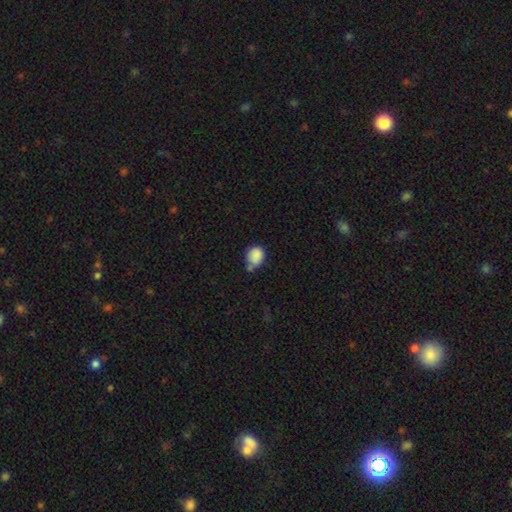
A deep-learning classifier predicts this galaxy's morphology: A smooth galaxy with no disk features (86%) that is round (61%).

Vote fractions:
- Smooth or featured? smooth: 86% / star or artifact: 9% / featured or disk: 5%
- How rounded? round: 61% / in between: 38% / cigar-shaped: 1%
- Merging? none: 44% / minor disturbance: 32% / merger: 16% / major disturbance: 8%